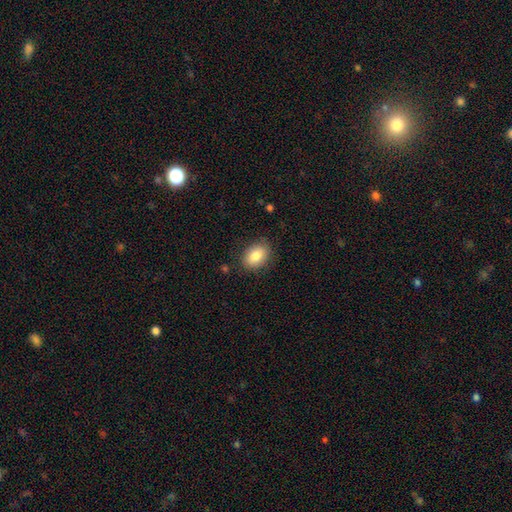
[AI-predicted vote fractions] A smooth galaxy with no disk features (84%) that is in between round and cigar-shaped (79%). Merging: none (84%).